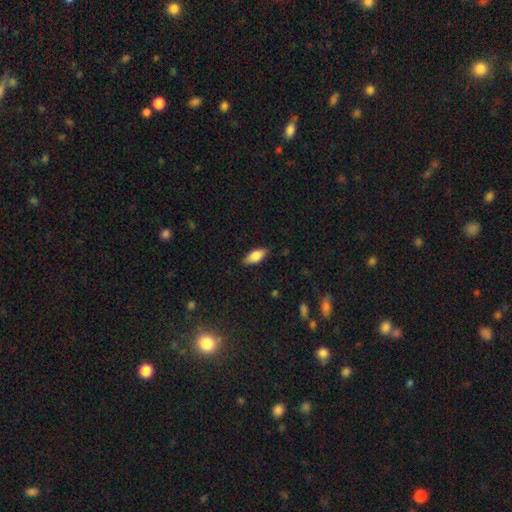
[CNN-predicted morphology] Smooth or featured: smooth — 79% (featured or disk — 14%)
How rounded: in between — 86% (cigar-shaped — 11%)
Merging: none — 84% (minor disturbance — 12%)